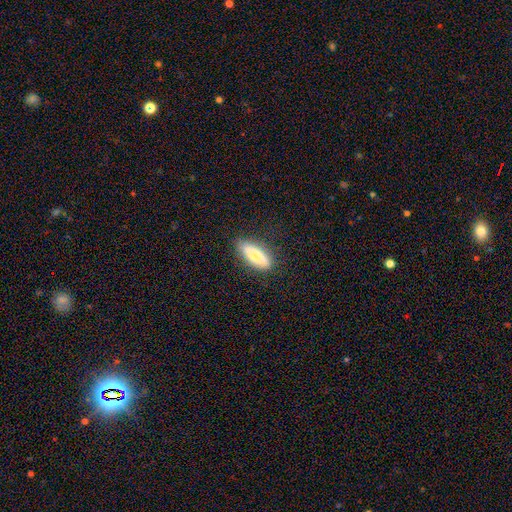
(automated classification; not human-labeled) Overall: smooth (75%). How rounded: in between (51%; cigar-shaped 47%). Merging: none (86%).